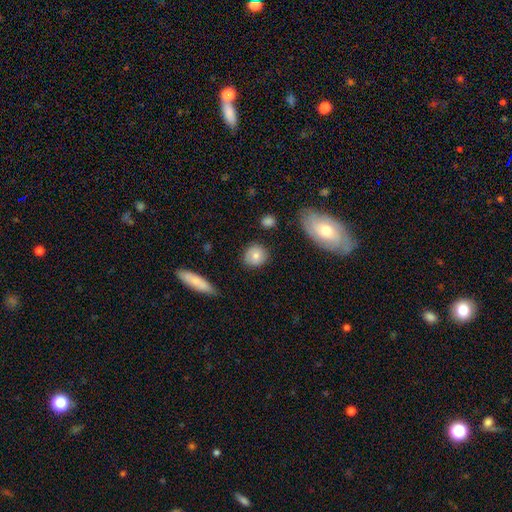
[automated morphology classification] A smooth galaxy with no disk features (79%) that is round (80%). Merging: none (86%).